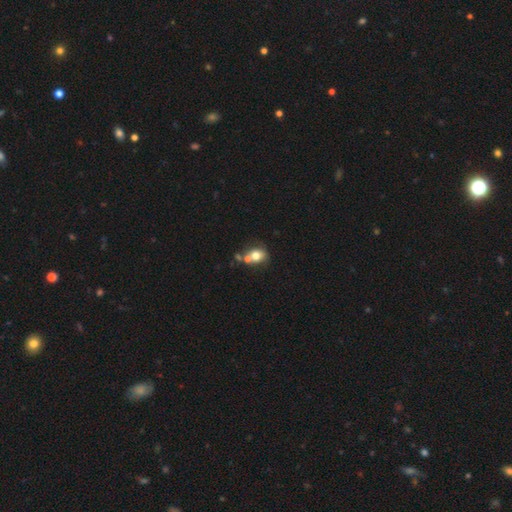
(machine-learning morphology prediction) A smooth galaxy with no disk features (73%) that is round (56%).

Vote fractions:
- Smooth or featured? smooth: 73% / featured or disk: 16% / star or artifact: 11%
- How rounded? round: 56% / in between: 43% / cigar-shaped: 1%
- Merging? none: 42% / merger: 37% / minor disturbance: 14% / major disturbance: 6%